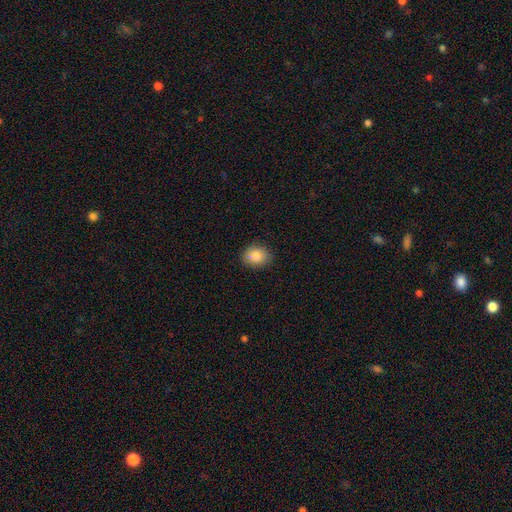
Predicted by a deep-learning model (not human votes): Smooth or featured? smooth (84%)
How rounded? round (54%)
Merging? none (84%)